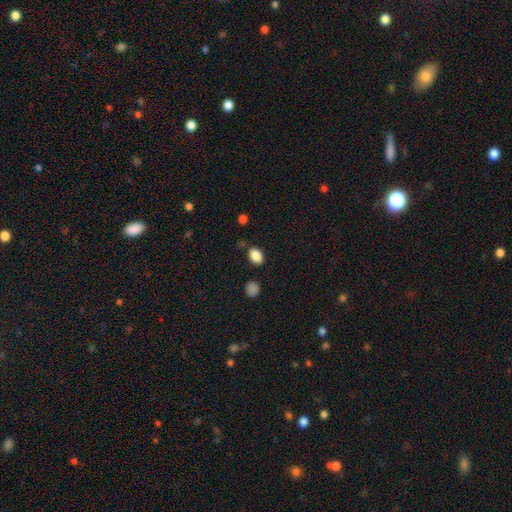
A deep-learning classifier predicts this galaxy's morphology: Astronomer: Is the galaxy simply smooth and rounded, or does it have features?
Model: smooth — 87%.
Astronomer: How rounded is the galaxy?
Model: in between — 82%.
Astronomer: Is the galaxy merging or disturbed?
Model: none — 79%.